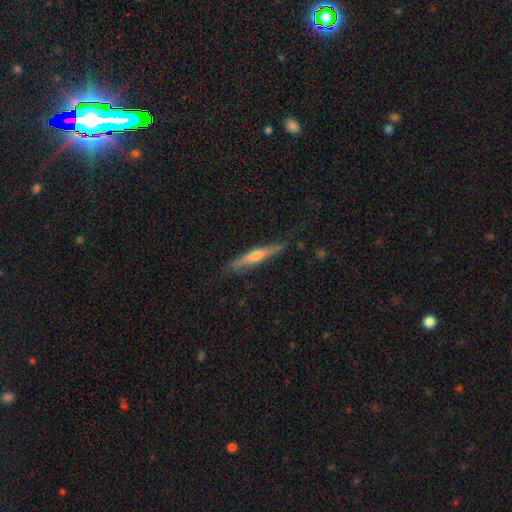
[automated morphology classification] A featured or disk galaxy (60%) viewed edge-on (94%) with a rounded central bulge (81%). Merging: none (80%).